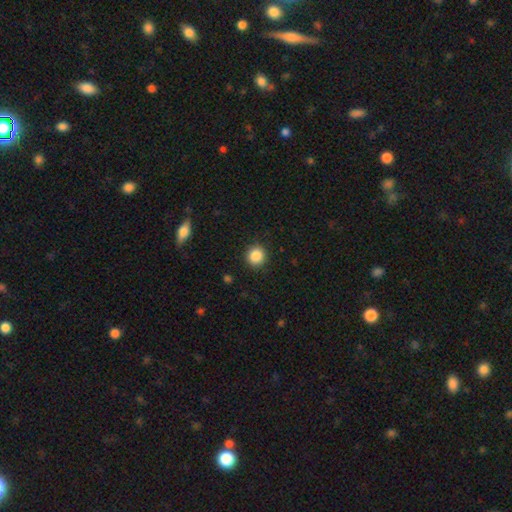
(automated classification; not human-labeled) Smooth or featured? smooth (87%)
How rounded? round (91%)
Merging? none (91%)